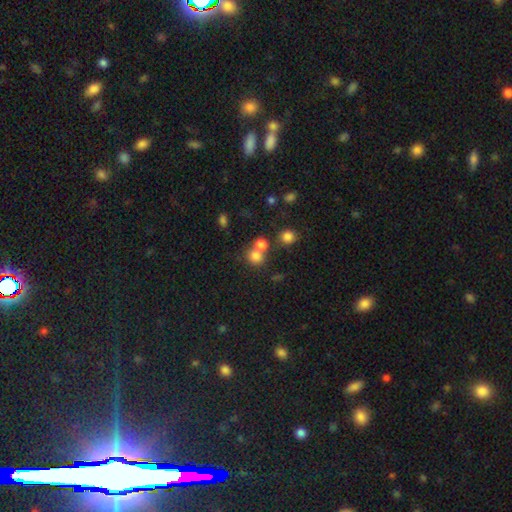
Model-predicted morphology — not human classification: smooth_or_featured: smooth (p=0.75) [alt: star or artifact p=0.15]
how_rounded: round (p=0.79) [alt: in between p=0.20]
merging: none (p=0.44) [tied with: merger p=0.44]